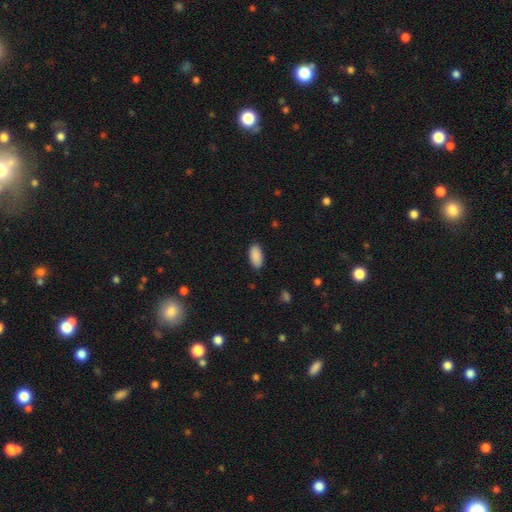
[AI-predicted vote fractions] Overall: smooth (90%). How rounded: in between (92%). Merging: none (88%).